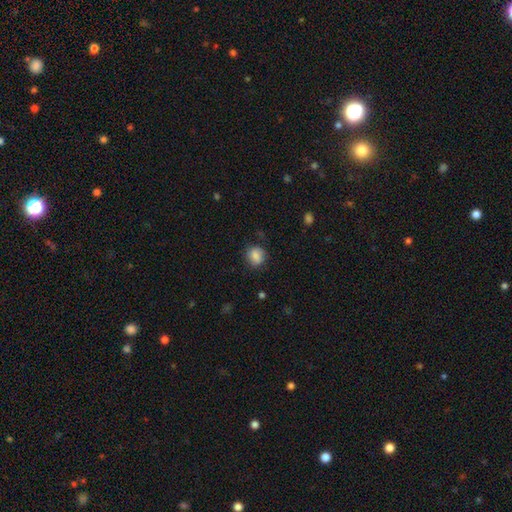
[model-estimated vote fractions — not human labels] This is clearly a smooth galaxy (85%). How rounded: likely round (73%). Merging: likely none (78%).